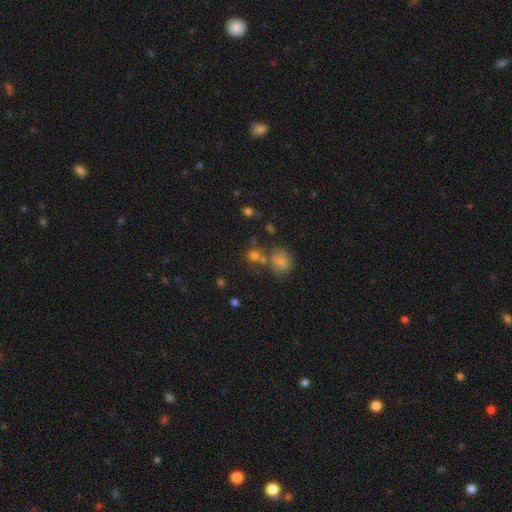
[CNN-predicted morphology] Smooth or featured? smooth (55%)
How rounded? round (78%)
Merging? none (59%)